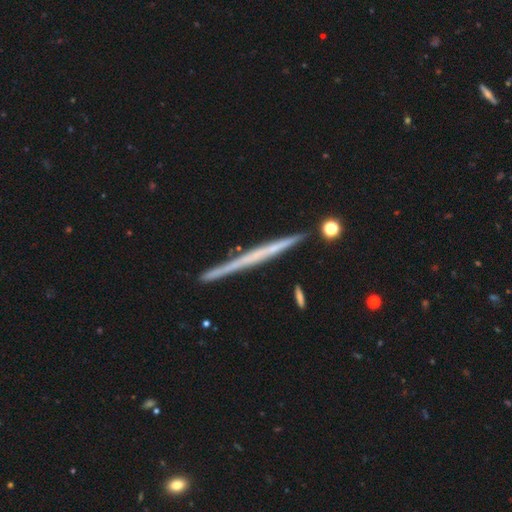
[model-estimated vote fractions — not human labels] Smooth or featured?
  - featured or disk: 62% *
  - smooth: 31%
  - star or artifact: 7%
Edge-on disk?
  - yes: 97% *
  - no: 3%
Edge-on bulge?
  - none: 89% *
  - rounded: 8%
  - boxy: 3%
Merging?
  - none: 89% *
  - minor disturbance: 7%
  - merger: 2%
  - major disturbance: 1%